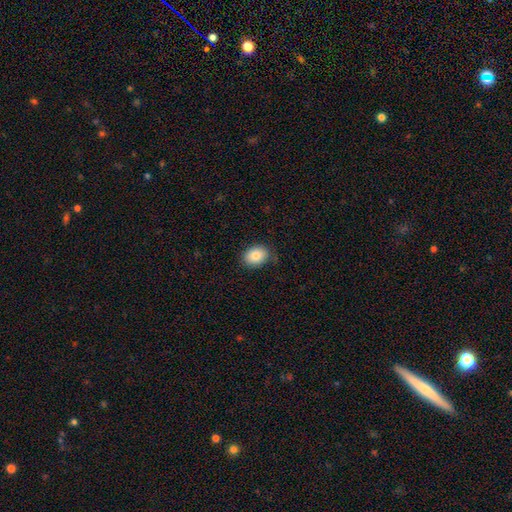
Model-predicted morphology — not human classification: Smooth or featured: smooth — 84% (star or artifact — 8%)
How rounded: in between — 68% (round — 31%)
Merging: none — 83% (minor disturbance — 13%)